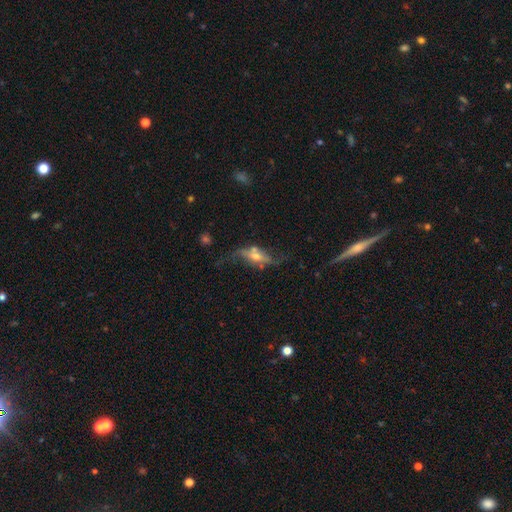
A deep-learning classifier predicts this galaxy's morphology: A featured or disk galaxy (71%). Merging: none (49%).